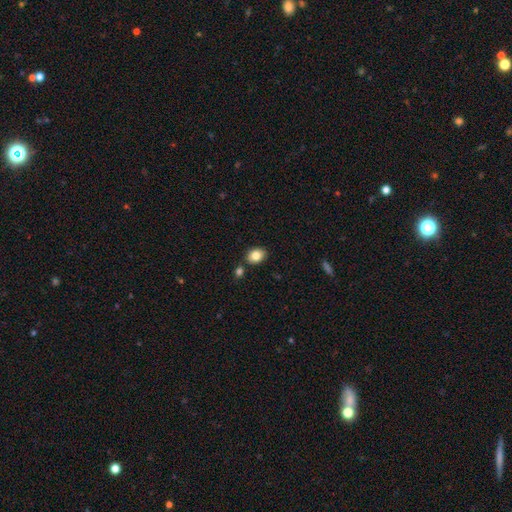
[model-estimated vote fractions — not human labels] Smooth or featured? smooth (83%)
How rounded? in between (67%)
Merging? none (80%)